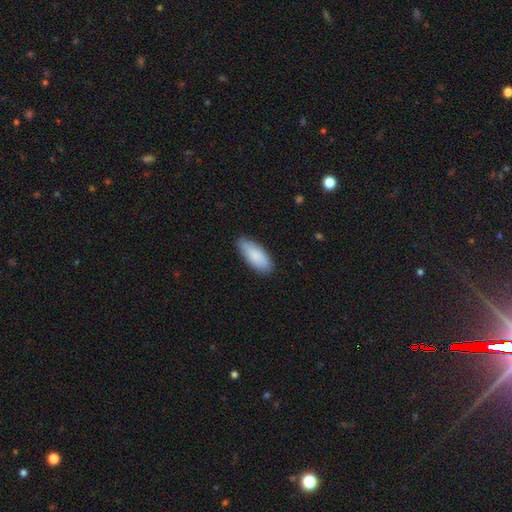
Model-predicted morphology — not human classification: smooth_or_featured: smooth (p=0.87) [alt: featured or disk p=0.08]
how_rounded: in between (p=0.77) [alt: cigar-shaped p=0.21]
merging: none (p=0.84) [alt: minor disturbance p=0.13]